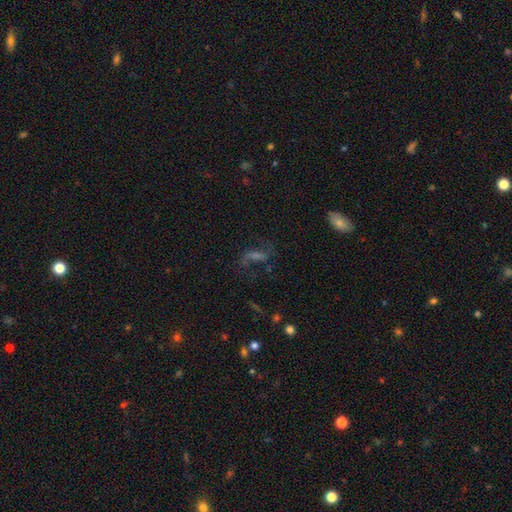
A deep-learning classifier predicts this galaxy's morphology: Smooth or featured?
  - featured or disk: 53% *
  - star or artifact: 26%
  - smooth: 21%
Edge-on disk?
  - no: 92% *
  - yes: 8%
Merging?
  - none: 61% *
  - major disturbance: 20%
  - minor disturbance: 15%
  - merger: 4%